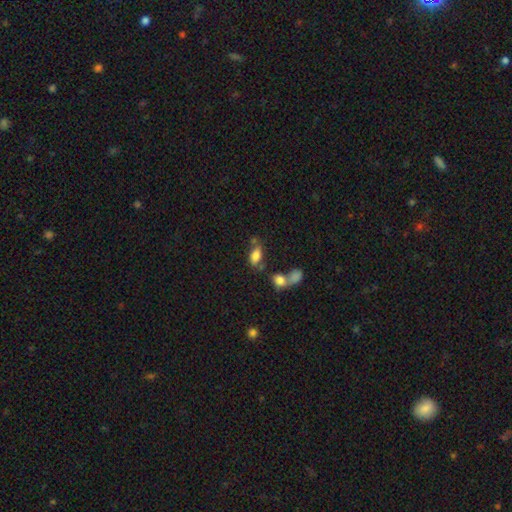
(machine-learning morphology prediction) Q: Smooth or featured?
A: smooth (80%); runner-up: featured or disk (10%)
Q: How rounded?
A: in between (88%); runner-up: round (7%)
Q: Merging?
A: none (49%); runner-up: merger (26%)